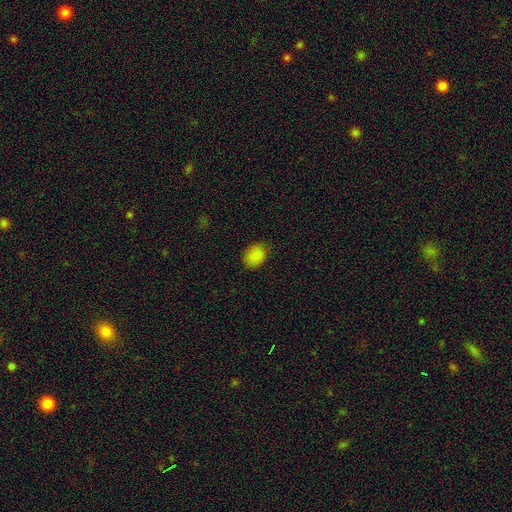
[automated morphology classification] This is clearly a smooth galaxy (86%). How rounded: likely in between (65%). Merging: clearly none (80%).